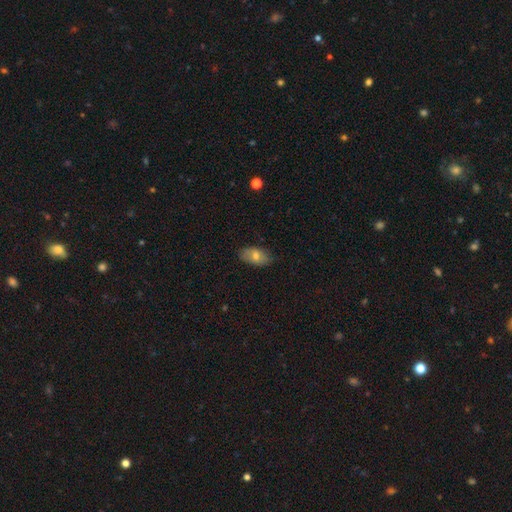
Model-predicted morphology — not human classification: Smooth or featured? Predicted: smooth (p=0.68). How rounded? Predicted: in between (p=0.91). Merging? Predicted: none (p=0.82).